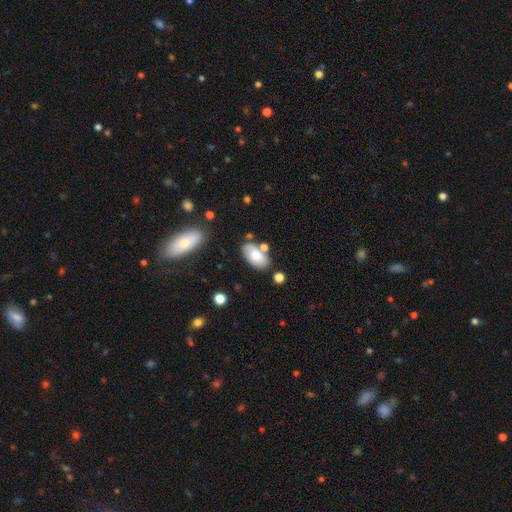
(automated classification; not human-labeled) Smooth or featured?
  - smooth: 71% *
  - featured or disk: 21%
  - star or artifact: 7%
How rounded?
  - in between: 94% *
  - round: 5%
  - cigar-shaped: 2%
Merging?
  - none: 65% *
  - minor disturbance: 18%
  - merger: 12%
  - major disturbance: 5%